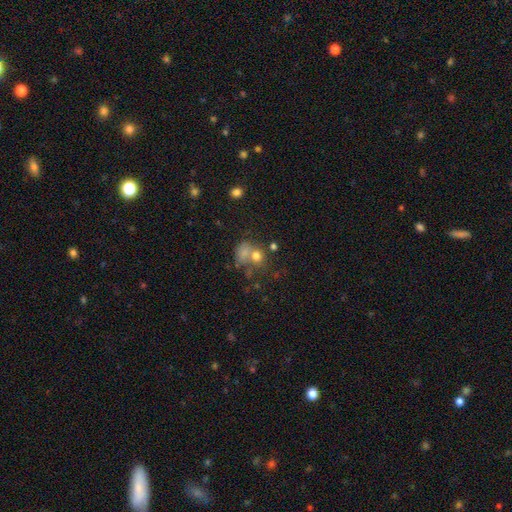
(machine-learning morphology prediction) Smooth or featured? smooth (70%)
How rounded? round (67%)
Merging? merger (43%)